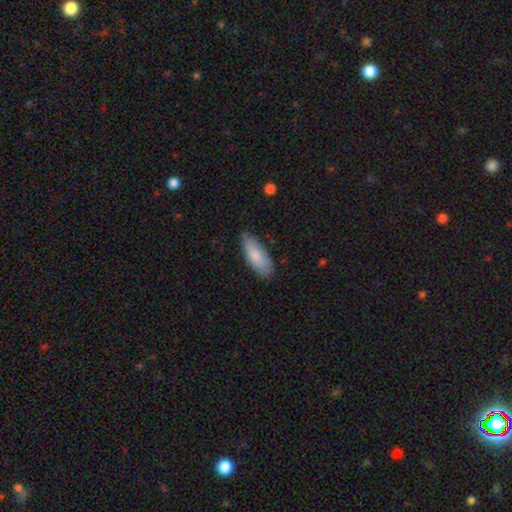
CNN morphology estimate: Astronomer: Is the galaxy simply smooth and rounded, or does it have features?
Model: smooth — 81%.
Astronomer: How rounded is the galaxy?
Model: in between — 73%.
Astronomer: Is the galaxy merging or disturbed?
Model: none — 74%.